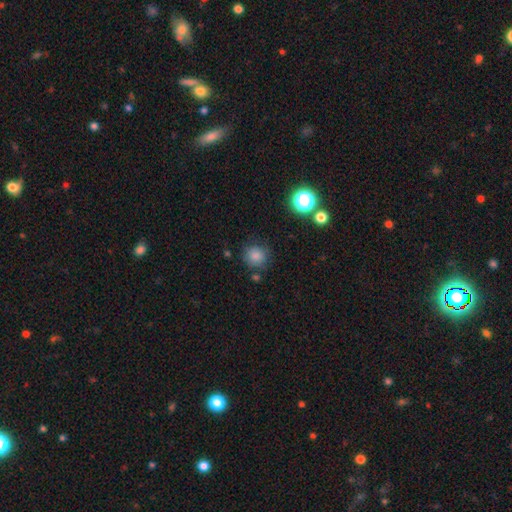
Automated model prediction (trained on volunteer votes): smooth 83%, star or artifact 12%, featured or disk 5%. Down the decision tree: how rounded — round (88%); merging — none (79%).